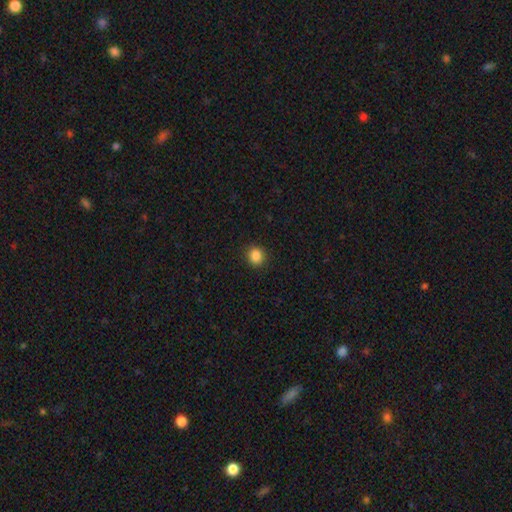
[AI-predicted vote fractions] smooth-or-featured: smooth: 86% | star or artifact: 11% | featured or disk: 3%
  how-rounded: round: 82% | in between: 17% | cigar-shaped: 1%
  merging: none: 91% | minor disturbance: 6% | major disturbance: 2% | merger: 1%